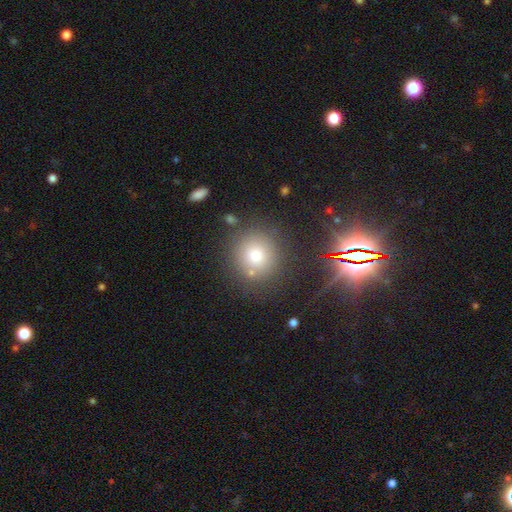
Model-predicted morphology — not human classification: A smooth galaxy with no disk features (70%) that is round (89%). Merging: none (81%).